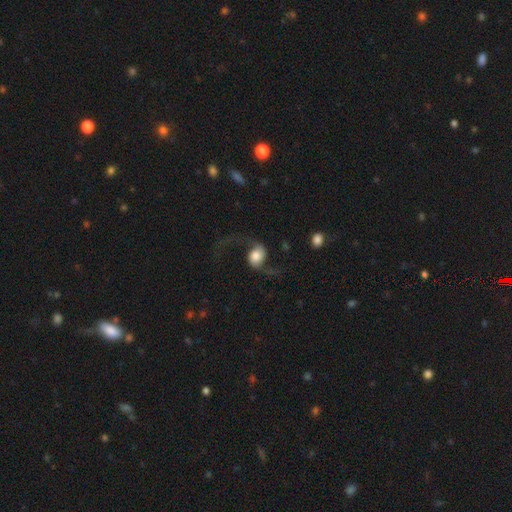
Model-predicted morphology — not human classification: Smooth or featured? featured or disk (70%)
Edge-on disk? no (96%)
Bar? no (62%)
Spiral arms? yes (94%)
Spiral winding? loose (91%)
Spiral arm count? 2 (92%)
Bulge size? large (35%)
Merging? none (58%)